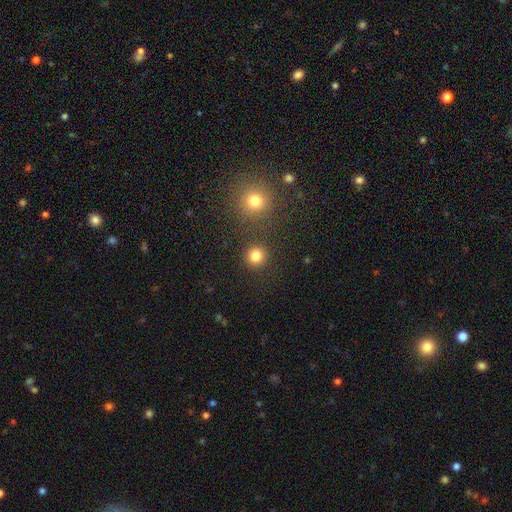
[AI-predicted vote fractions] A smooth galaxy with no disk features (82%) that is round (94%). Merging: none (87%).